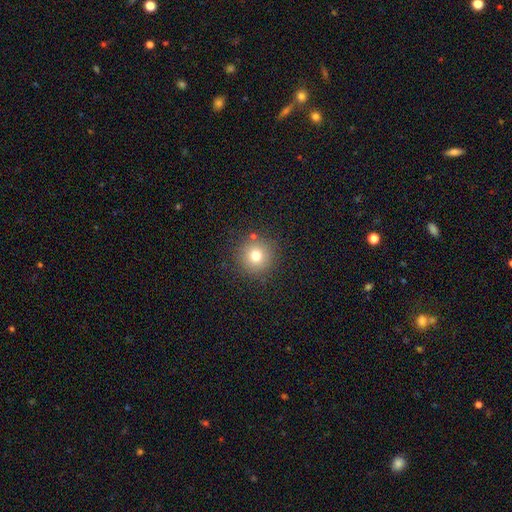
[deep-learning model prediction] Q: Smooth or featured?
A: smooth (76%); runner-up: star or artifact (14%)
Q: How rounded?
A: round (95%); runner-up: in between (4%)
Q: Merging?
A: none (87%); runner-up: minor disturbance (7%)